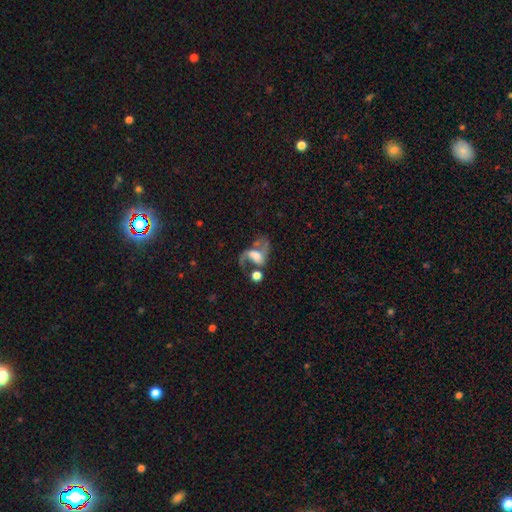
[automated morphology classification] smooth_or_featured: featured or disk (p=0.70) [alt: smooth p=0.20]
disk_edge_on: no (p=0.97) [alt: yes p=0.03]
bar: weak (p=0.41) [alt: no p=0.40]
has_spiral_arms: yes (p=0.84) [alt: no p=0.16]
spiral_winding: loose (p=0.73) [alt: medium p=0.22]
spiral_arm_count: 2 (p=0.76) [alt: 1 p=0.17]
bulge_size: large (p=0.28) [tied with: moderate p=0.28]
merging: none (p=0.32) [alt: major disturbance p=0.29]